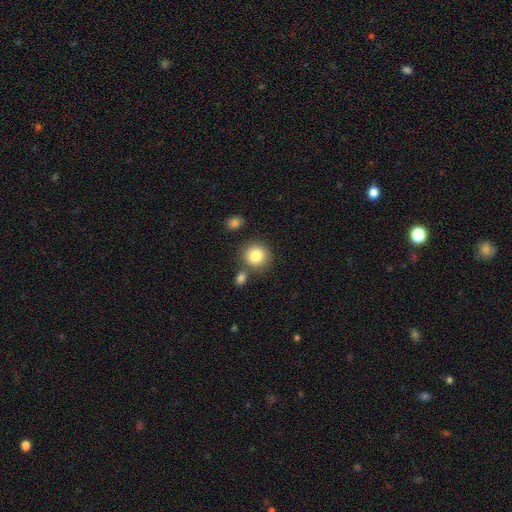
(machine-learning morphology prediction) Overall: smooth (85%). How rounded: round (89%). Merging: none (75%).